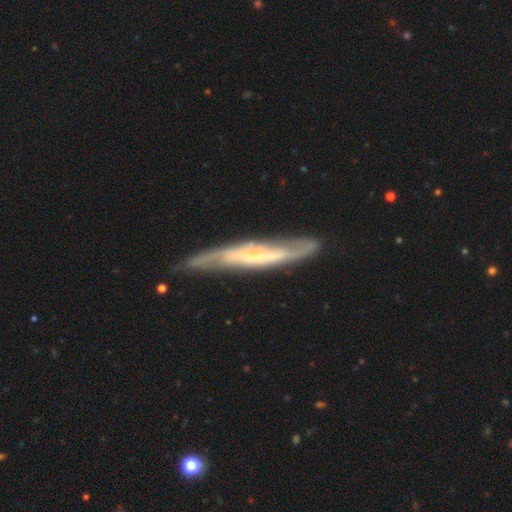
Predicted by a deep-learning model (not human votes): Overall: featured or disk (74%). Edge-on disk: yes (59%; no 41%). Merging: none (71%).